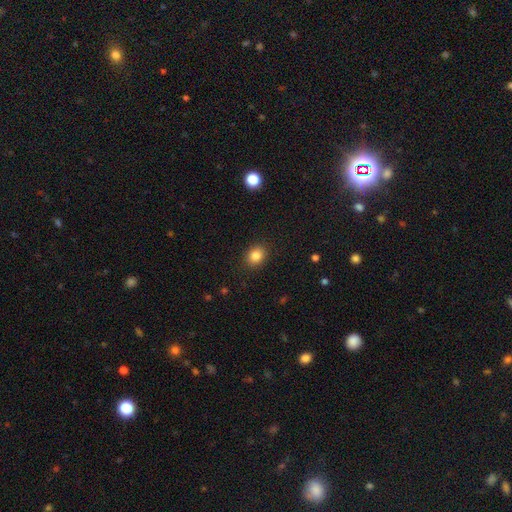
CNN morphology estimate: smooth_or_featured: smooth (p=0.85) [alt: star or artifact p=0.10]
how_rounded: round (p=0.60) [alt: in between p=0.39]
merging: none (p=0.90) [alt: minor disturbance p=0.07]